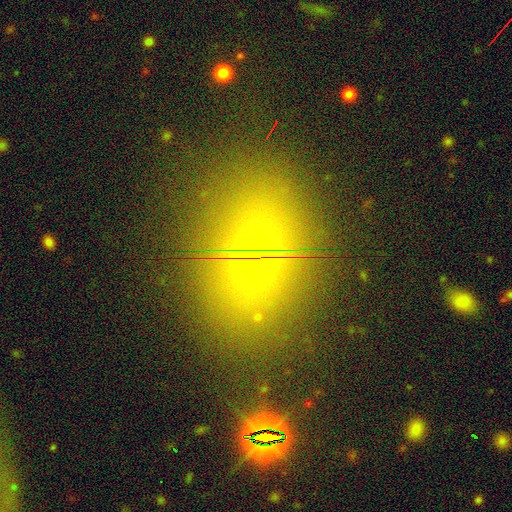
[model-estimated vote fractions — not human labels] A smooth galaxy with no disk features (57%) that is in between round and cigar-shaped (65%).

Vote fractions:
- Smooth or featured? smooth: 57% / star or artifact: 27% / featured or disk: 16%
- How rounded? in between: 65% / round: 33% / cigar-shaped: 2%
- Merging? none: 71% / minor disturbance: 13% / merger: 10% / major disturbance: 6%